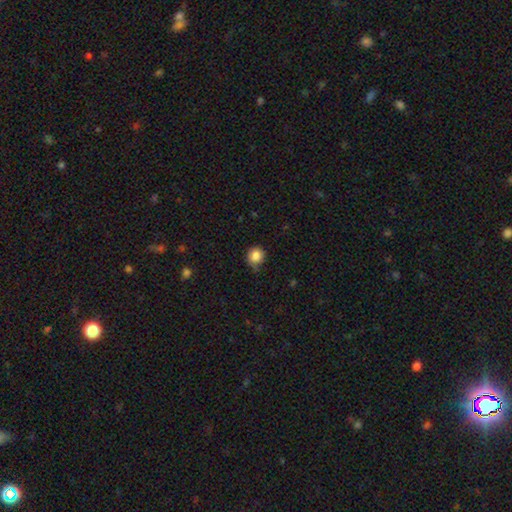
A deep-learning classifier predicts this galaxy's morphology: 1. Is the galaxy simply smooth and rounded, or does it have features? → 85% smooth, 10% star or artifact, 5% featured or disk.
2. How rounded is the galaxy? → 89% round, 10% in between, 1% cigar-shaped.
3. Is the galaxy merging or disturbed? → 73% none, 21% minor disturbance, 4% major disturbance, 2% merger.